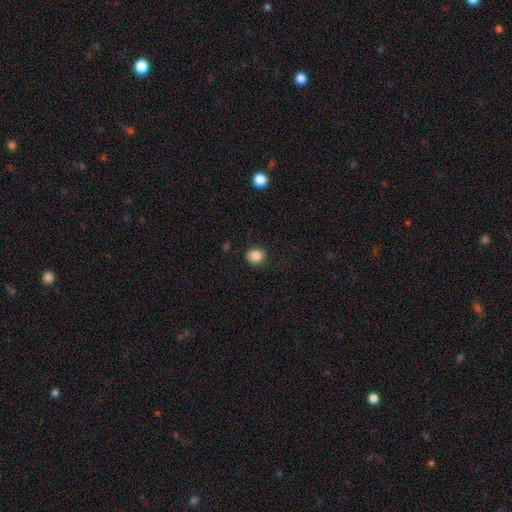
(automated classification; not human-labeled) Q: Smooth or featured?
A: smooth (86%); runner-up: star or artifact (10%)
Q: How rounded?
A: round (84%); runner-up: in between (15%)
Q: Merging?
A: none (87%); runner-up: minor disturbance (10%)